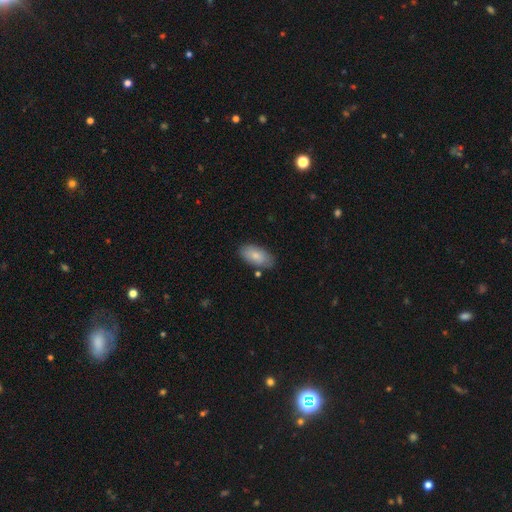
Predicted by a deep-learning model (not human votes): Smooth or featured? smooth (81%)
How rounded? in between (94%)
Merging? none (80%)